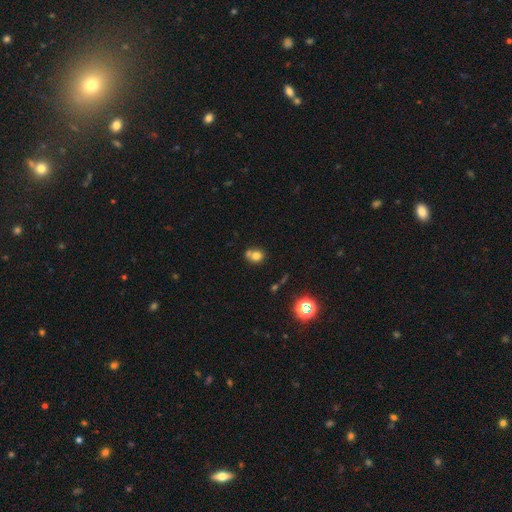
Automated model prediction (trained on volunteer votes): Smooth or featured?
  - smooth: 75% *
  - star or artifact: 13%
  - featured or disk: 12%
How rounded?
  - round: 67% *
  - in between: 32%
  - cigar-shaped: 1%
Merging?
  - none: 45% *
  - merger: 37%
  - minor disturbance: 13%
  - major disturbance: 5%